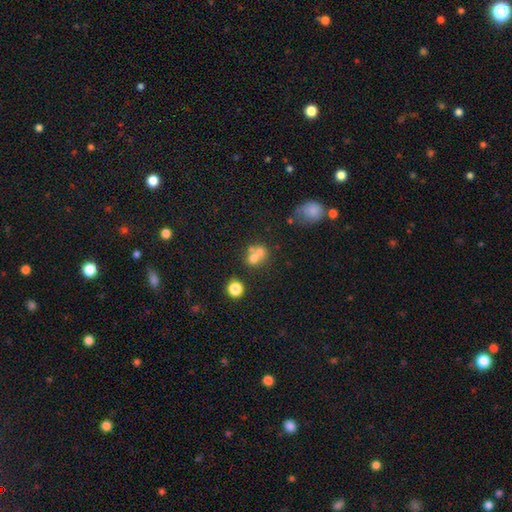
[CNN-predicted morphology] smooth-or-featured: smooth: 63% | featured or disk: 22% | star or artifact: 15%
  how-rounded: round: 77% | in between: 22% | cigar-shaped: 1%
  merging: merger: 55% | none: 34% | minor disturbance: 7% | major disturbance: 4%